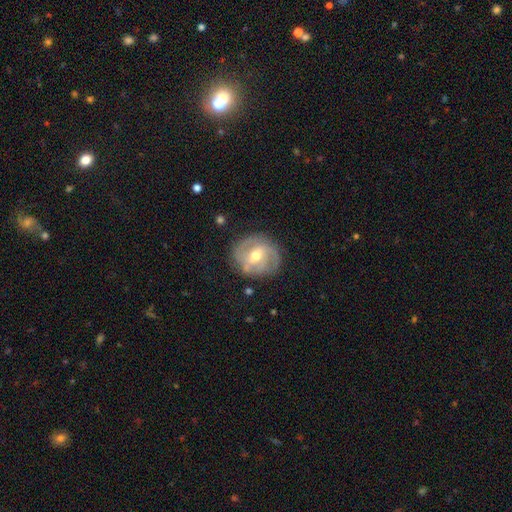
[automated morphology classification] Smooth or featured: featured or disk — 77% (smooth — 17%)
Edge-on disk: no — 97% (yes — 3%)
Bar: weak — 50% (no — 25%)
Spiral arms: yes — 87% (no — 13%)
Spiral winding: tight — 44% (medium — 40%)
Spiral arm count: 2 — 45% (can't tell — 22%)
Bulge size: moderate — 73% (small — 20%)
Merging: none — 76% (minor disturbance — 16%)